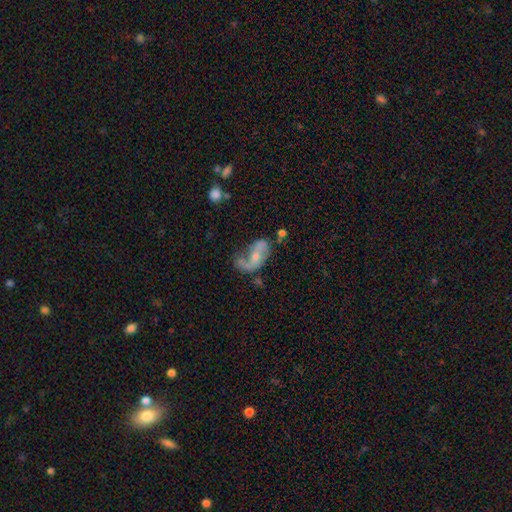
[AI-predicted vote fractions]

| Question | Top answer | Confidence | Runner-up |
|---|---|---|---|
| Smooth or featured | featured or disk | 69% | smooth (23%) |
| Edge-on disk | no | 96% | yes (4%) |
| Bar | no | 58% | weak (31%) |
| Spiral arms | yes | 81% | no (19%) |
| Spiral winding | loose | 65% | medium (27%) |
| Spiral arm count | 2 | 65% | 1 (25%) |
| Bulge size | small | 52% | moderate (39%) |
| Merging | none | 36% | major disturbance (31%) |